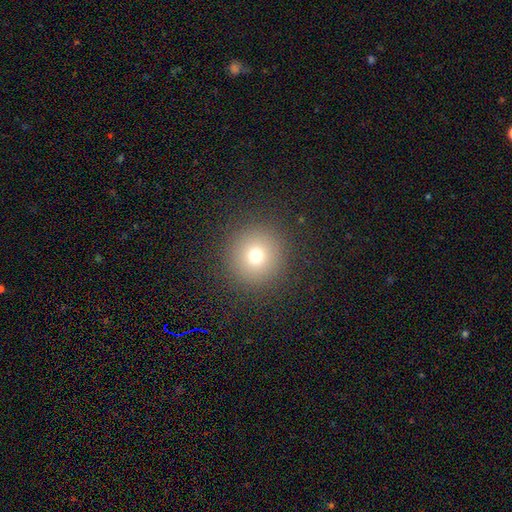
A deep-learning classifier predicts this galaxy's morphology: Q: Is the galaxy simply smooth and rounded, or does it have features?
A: smooth — 72%.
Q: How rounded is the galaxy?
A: round — 96%.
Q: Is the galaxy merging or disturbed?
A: none — 90%.